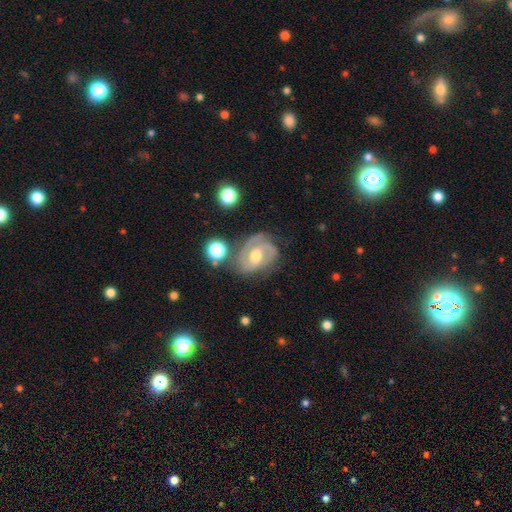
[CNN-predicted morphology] smooth_or_featured: featured or disk (p=0.83) [alt: smooth p=0.11]
disk_edge_on: no (p=0.97) [alt: yes p=0.03]
bar: weak (p=0.42) [tied with: no p=0.42]
has_spiral_arms: yes (p=0.93) [alt: no p=0.07]
spiral_winding: tight (p=0.52) [alt: medium p=0.39]
spiral_arm_count: 2 (p=0.64) [alt: can't tell p=0.13]
bulge_size: moderate (p=0.72) [alt: small p=0.21]
merging: none (p=0.65) [alt: minor disturbance p=0.20]